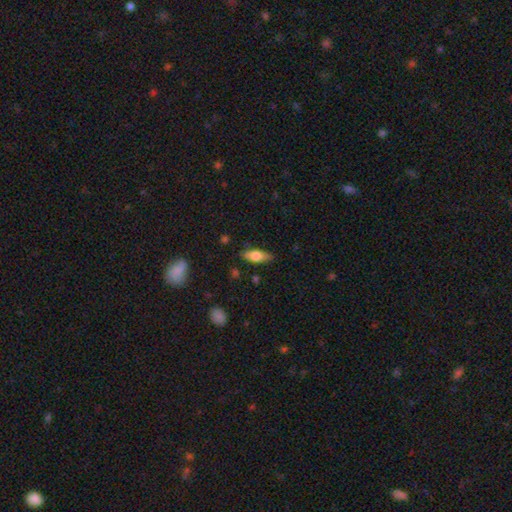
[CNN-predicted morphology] A smooth galaxy with no disk features (64%) that is in between round and cigar-shaped (65%).

Vote fractions:
- Smooth or featured? smooth: 64% / featured or disk: 29% / star or artifact: 7%
- How rounded? in between: 65% / cigar-shaped: 32% / round: 3%
- Merging? none: 83% / minor disturbance: 13% / major disturbance: 3% / merger: 2%